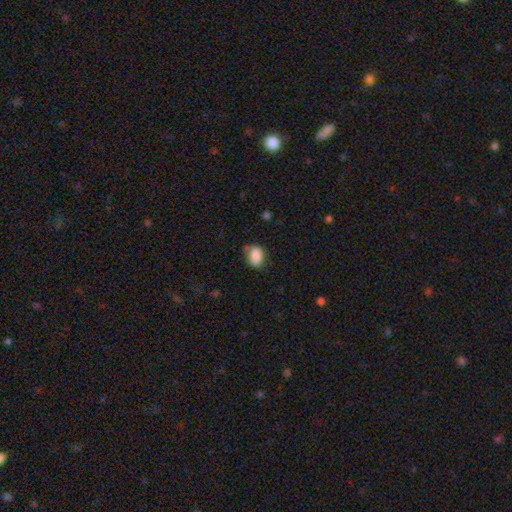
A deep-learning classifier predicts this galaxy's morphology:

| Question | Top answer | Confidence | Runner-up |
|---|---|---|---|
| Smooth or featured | smooth | 87% | star or artifact (8%) |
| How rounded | in between | 82% | round (16%) |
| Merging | none | 68% | minor disturbance (23%) |